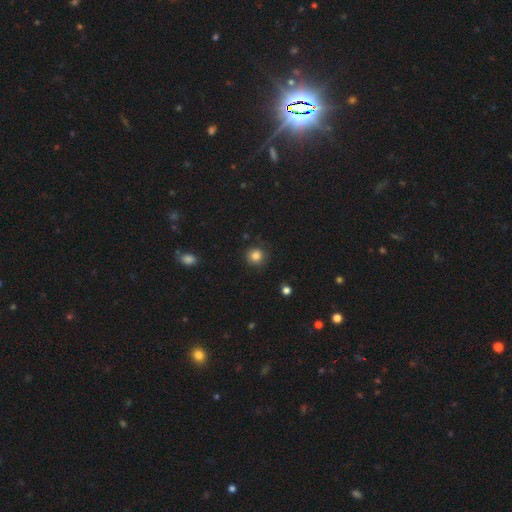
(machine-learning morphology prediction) smooth_or_featured: smooth (p=0.84) [alt: star or artifact p=0.11]
how_rounded: round (p=0.92) [alt: in between p=0.07]
merging: none (p=0.85) [alt: minor disturbance p=0.10]